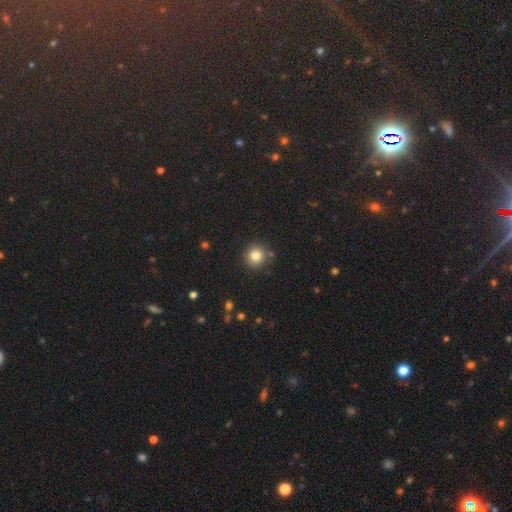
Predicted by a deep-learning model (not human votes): A smooth galaxy with no disk features (83%) that is round (91%). Merging: none (84%).